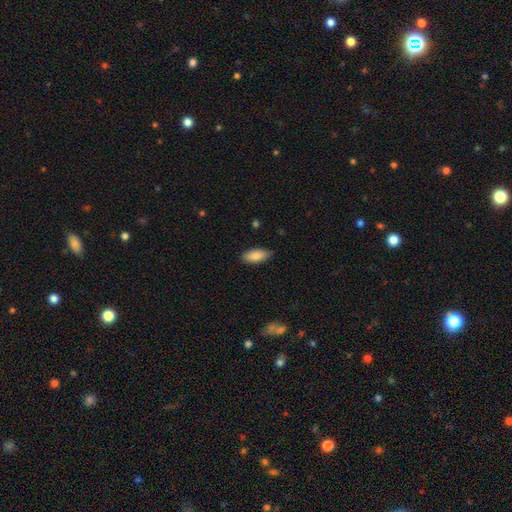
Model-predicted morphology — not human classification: Overall: smooth (84%). How rounded: in between (85%). Merging: none (80%).